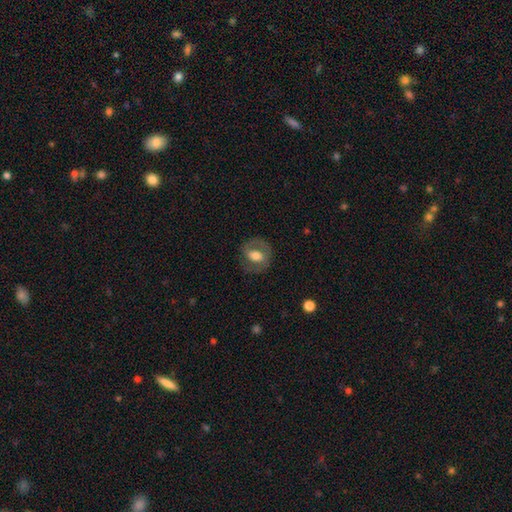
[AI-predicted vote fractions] Overall: featured or disk (47%; smooth 45%). Merging: none (73%).